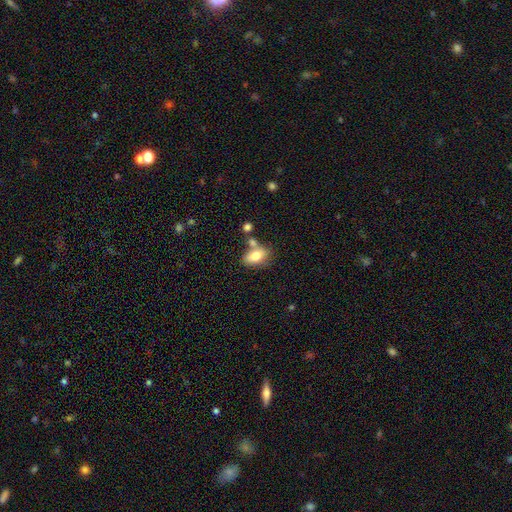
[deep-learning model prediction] smooth_or_featured: smooth (p=0.74) [alt: featured or disk p=0.17]
how_rounded: in between (p=0.86) [alt: round p=0.12]
merging: none (p=0.52) [alt: merger p=0.25]